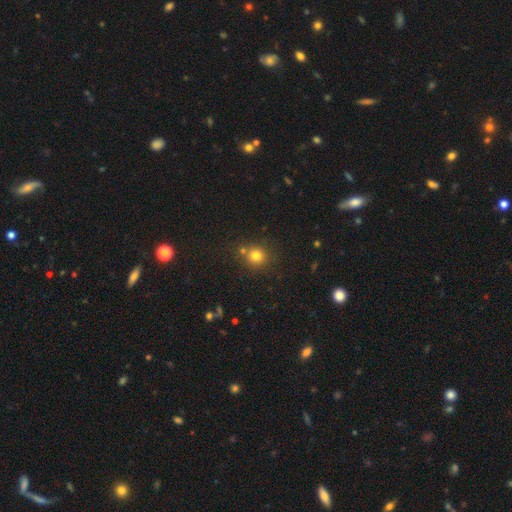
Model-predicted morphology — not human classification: This appears to be a smooth galaxy with no disk features (78%) that is round (88%). Merging: none (71%).